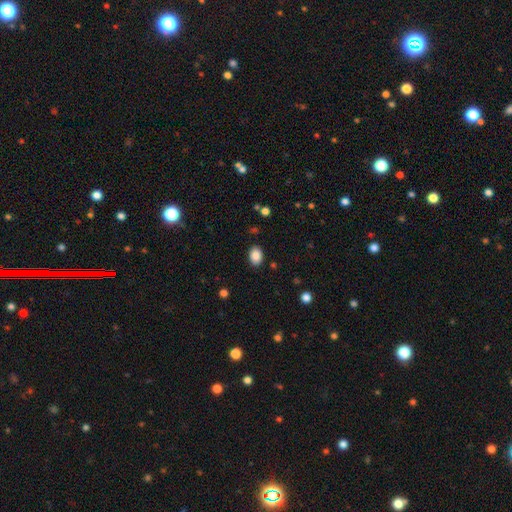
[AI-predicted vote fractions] Overall: smooth (88%). How rounded: in between (78%). Merging: none (87%).